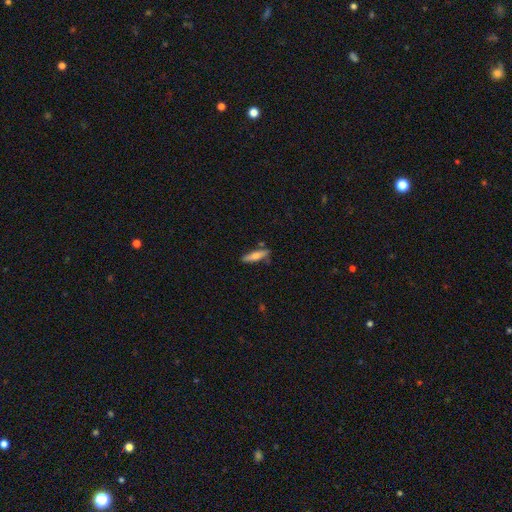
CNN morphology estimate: smooth-or-featured: smooth: 62% | featured or disk: 32% | star or artifact: 6%
  how-rounded: cigar-shaped: 75% | in between: 23% | round: 2%
  merging: none: 79% | minor disturbance: 15% | merger: 4% | major disturbance: 3%